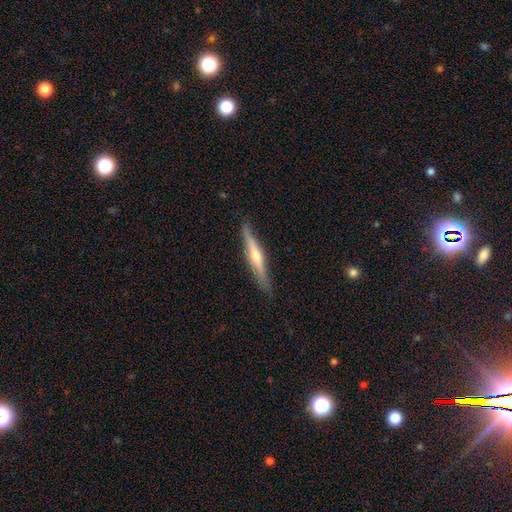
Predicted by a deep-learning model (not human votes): The model was most divided on "smooth or featured": featured or disk: 63%, smooth: 31%, star or artifact: 5%. More confident: edge-on disk — yes (96%); merging — none (87%); edge-on bulge — rounded (80%).